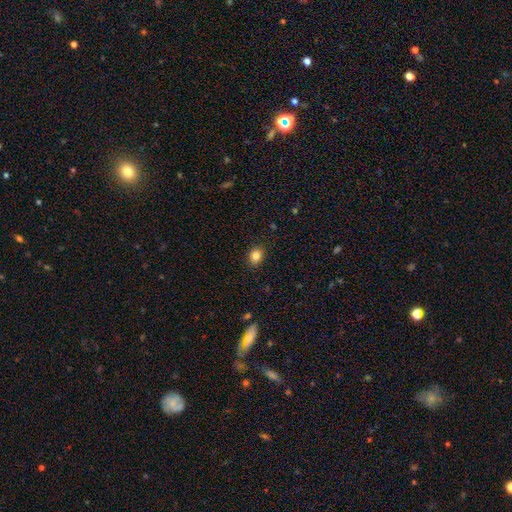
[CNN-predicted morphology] Smooth or featured? Predicted: smooth (p=0.84). How rounded? Predicted: in between (p=0.52). Merging? Predicted: none (p=0.89).